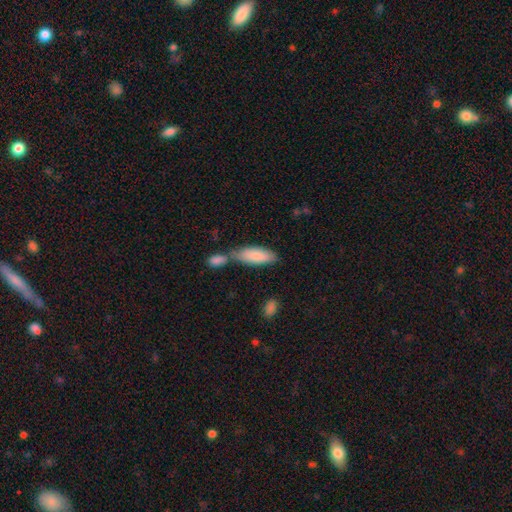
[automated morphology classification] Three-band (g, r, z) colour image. It shows a smooth galaxy with no disk features (83%) that is in between round and cigar-shaped (66%). Merging: merger (43%).